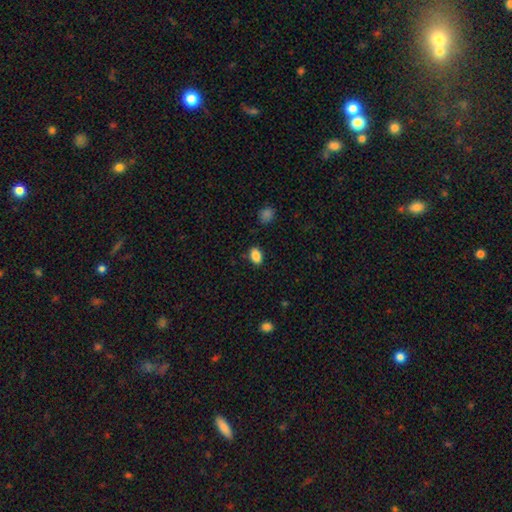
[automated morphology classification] The model was most divided on "how rounded": in between: 85%, round: 14%, cigar-shaped: 1%. More confident: smooth or featured — smooth (87%); merging — none (86%).